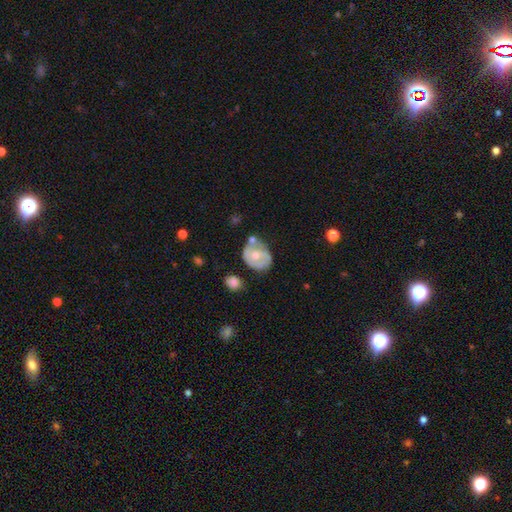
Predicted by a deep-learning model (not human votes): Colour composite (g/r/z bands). It shows a featured or disk galaxy (61%) with no bar (73%), spiral arms (66%) and a moderate central bulge (68%). Merging: none (48%).